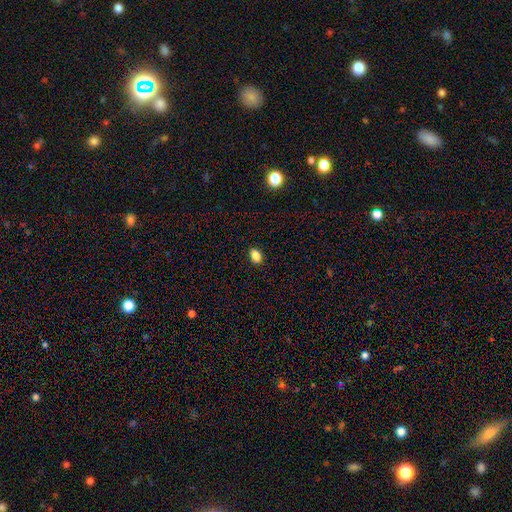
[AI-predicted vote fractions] This appears to be a smooth galaxy with no disk features (85%) that is in between round and cigar-shaped (82%). Merging: none (89%).